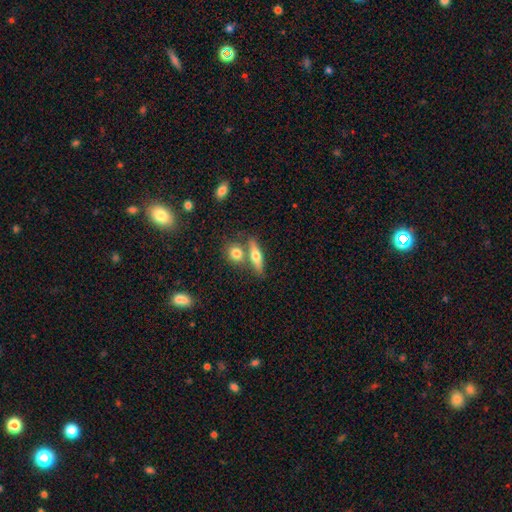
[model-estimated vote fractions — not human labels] smooth 52%, featured or disk 40%, star or artifact 7%. Down the decision tree: how rounded — cigar-shaped (57%); merging — none (61%).